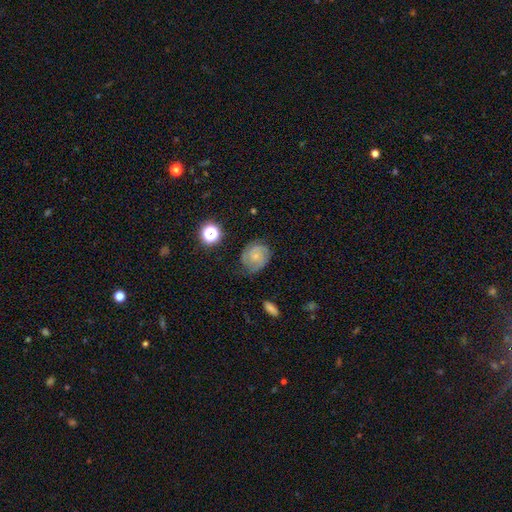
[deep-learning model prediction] The model was most divided on "spiral arm count": 2: 44%, can't tell: 29%, 3: 15%, 1: 5%, 4: 4%, more than 4: 3%. More confident: edge-on disk — no (97%); spiral arms — yes (89%); bar — no (77%); bulge size — small (70%); merging — none (67%); spiral winding — tight (61%); smooth or featured — featured or disk (60%).